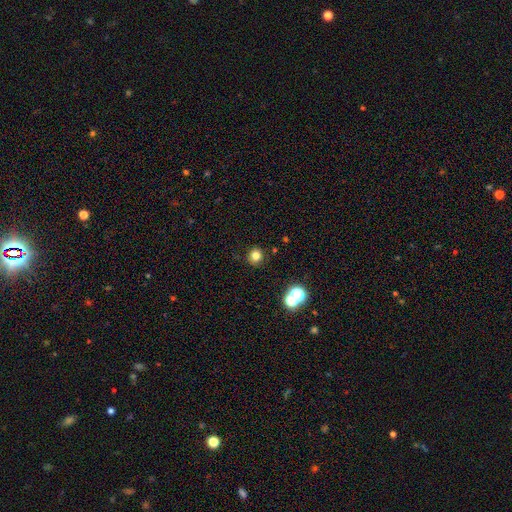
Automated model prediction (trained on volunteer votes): Smooth or featured?
  - smooth: 78% *
  - star or artifact: 16%
  - featured or disk: 7%
How rounded?
  - round: 92% *
  - in between: 7%
  - cigar-shaped: 1%
Merging?
  - none: 88% *
  - minor disturbance: 6%
  - merger: 3%
  - major disturbance: 2%